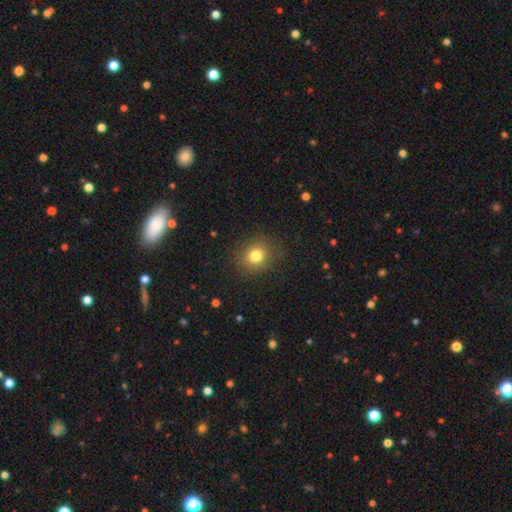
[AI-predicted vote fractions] Smooth or featured? smooth (80%)
How rounded? round (72%)
Merging? none (86%)